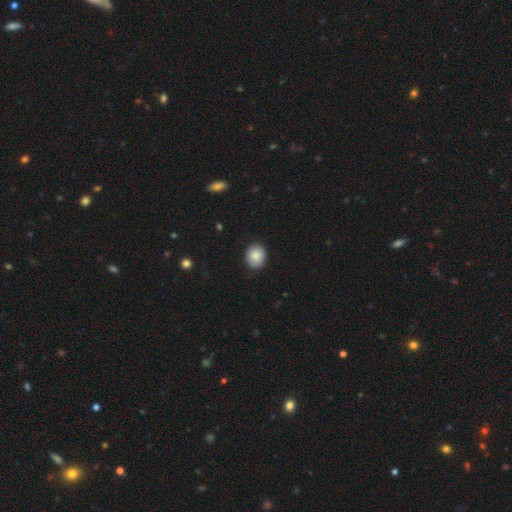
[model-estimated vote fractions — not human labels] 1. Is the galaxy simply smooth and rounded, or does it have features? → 84% smooth, 8% featured or disk, 8% star or artifact.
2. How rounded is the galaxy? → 62% round, 37% in between, 1% cigar-shaped.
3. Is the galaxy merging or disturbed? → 87% none, 10% minor disturbance, 2% major disturbance, 1% merger.